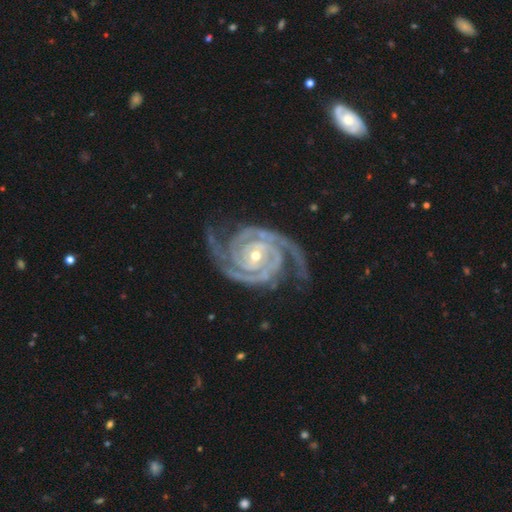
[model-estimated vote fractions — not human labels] smooth-or-featured: featured or disk: 94% | star or artifact: 4% | smooth: 2%
  disk-edge-on: no: 98% | yes: 2%
    bar: no: 56% | weak: 27% | strong: 18%
    has-spiral-arms: yes: 99% | no: 1%
      spiral-winding: tight: 72% | medium: 24% | loose: 3%
      spiral-arm-count: 2: 66% | 3: 19% | 4: 5% | can't tell: 4% | more than 4: 3% | 1: 3%
    bulge-size: small: 50% | moderate: 47% | large: 1% | none: 1% | dominant: 1%
  merging: none: 74% | minor disturbance: 17% | major disturbance: 7% | merger: 2%